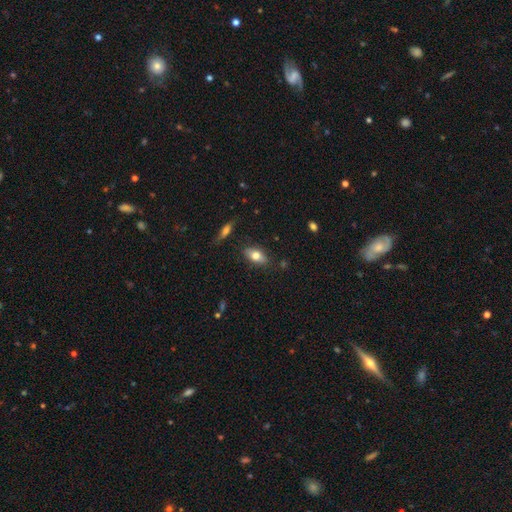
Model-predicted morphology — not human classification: Smooth or featured?
  - smooth: 74% *
  - featured or disk: 18%
  - star or artifact: 8%
How rounded?
  - in between: 86% *
  - cigar-shaped: 7%
  - round: 7%
Merging?
  - none: 81% *
  - minor disturbance: 14%
  - major disturbance: 3%
  - merger: 2%